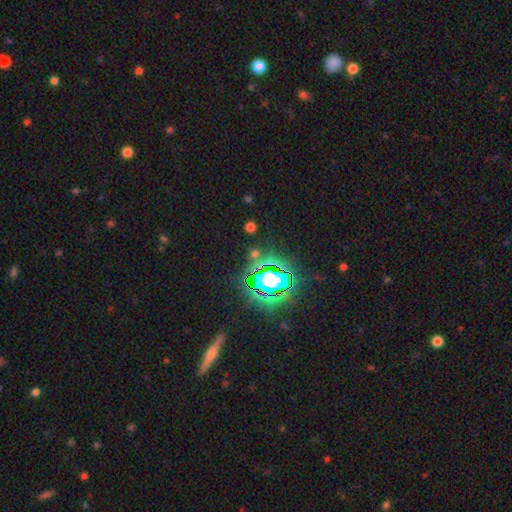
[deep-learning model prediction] This appears to be a star or artifact, not a galaxy (75%).